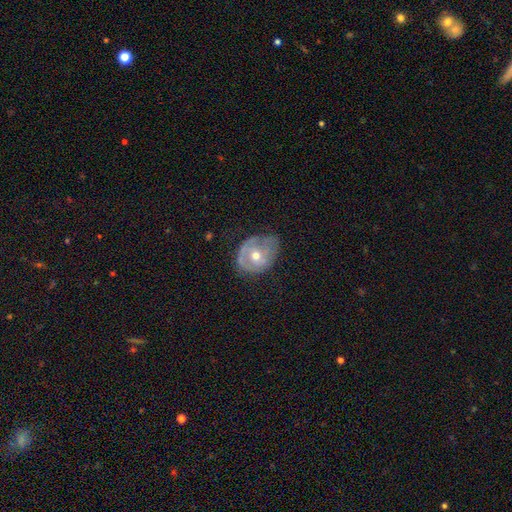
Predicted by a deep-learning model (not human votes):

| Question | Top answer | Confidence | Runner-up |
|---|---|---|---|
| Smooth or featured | featured or disk | 55% | smooth (37%) |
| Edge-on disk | no | 95% | yes (5%) |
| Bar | no | 77% | weak (18%) |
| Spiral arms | no | 52% | yes (48%) |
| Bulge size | moderate | 70% | small (25%) |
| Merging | none | 41% | minor disturbance (37%) |